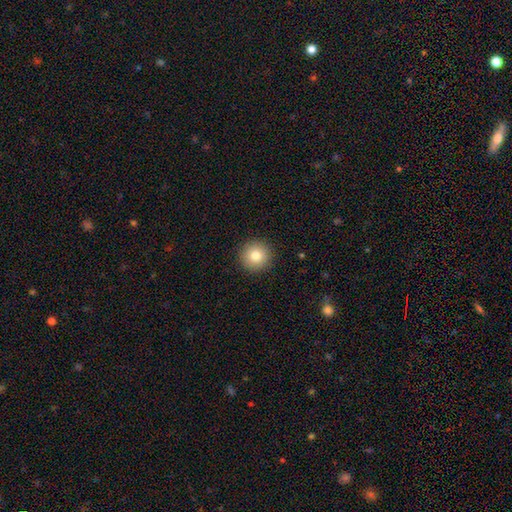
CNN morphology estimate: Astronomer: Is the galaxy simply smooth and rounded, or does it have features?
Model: smooth — 80%.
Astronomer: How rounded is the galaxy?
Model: round — 95%.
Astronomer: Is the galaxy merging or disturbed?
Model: none — 92%.